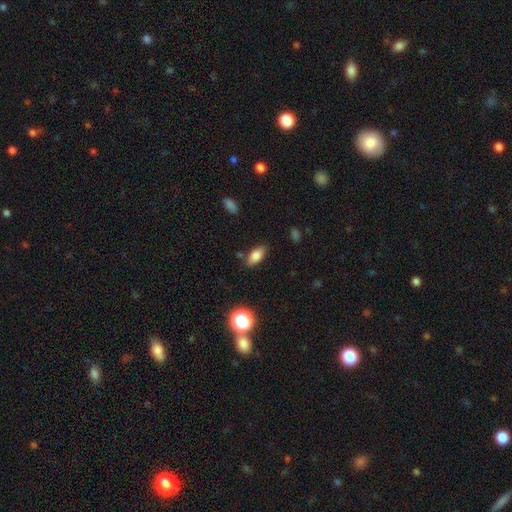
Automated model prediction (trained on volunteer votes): Morphology: type=smooth (82%); roundness=in between (88%); merging=none (81%).